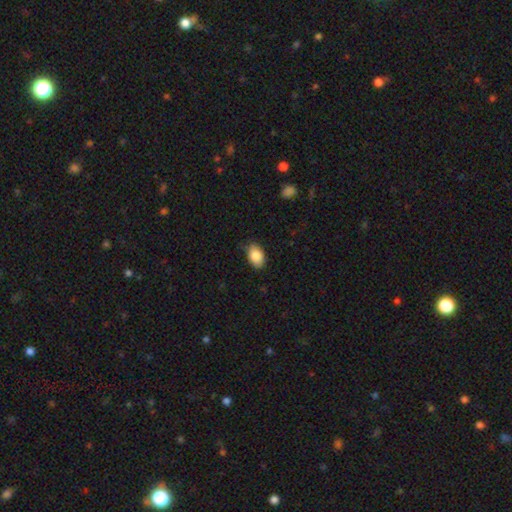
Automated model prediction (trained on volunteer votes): The model was most divided on "merging": none: 77%, minor disturbance: 19%, major disturbance: 3%, merger: 1%. More confident: how rounded — in between (89%); smooth or featured — smooth (87%).